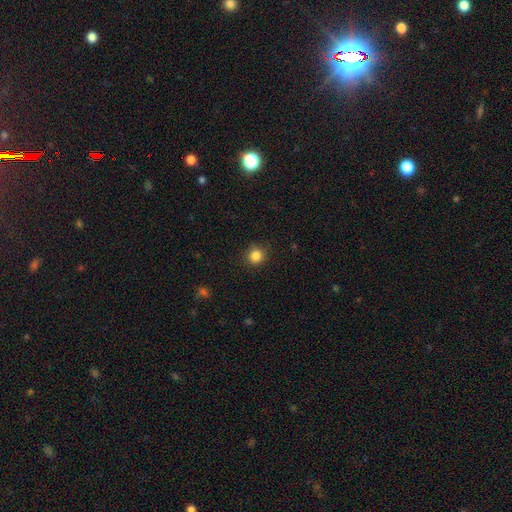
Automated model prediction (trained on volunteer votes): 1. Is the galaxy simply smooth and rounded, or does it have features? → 84% smooth, 11% star or artifact, 4% featured or disk.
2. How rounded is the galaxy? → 91% round, 8% in between, 1% cigar-shaped.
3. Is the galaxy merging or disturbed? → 87% none, 9% minor disturbance, 3% major disturbance, 1% merger.